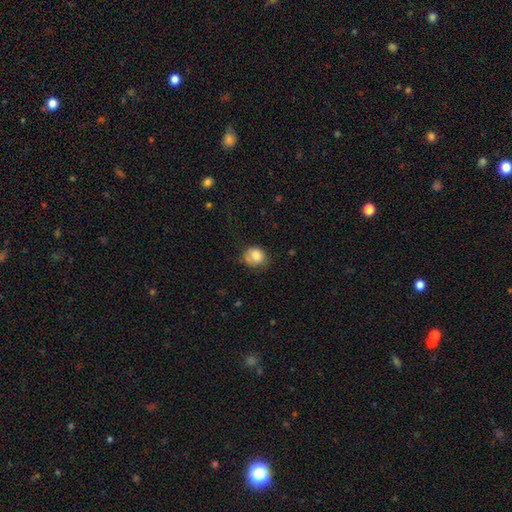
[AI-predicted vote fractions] Smooth or featured: smooth — 81% (featured or disk — 10%)
How rounded: round — 66% (in between — 33%)
Merging: none — 56% (minor disturbance — 30%)